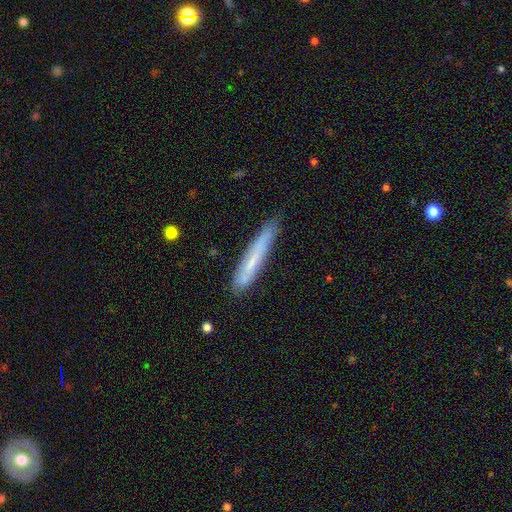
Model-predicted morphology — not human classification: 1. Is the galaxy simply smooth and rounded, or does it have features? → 57% smooth, 35% featured or disk, 8% star or artifact.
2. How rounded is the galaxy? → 95% cigar-shaped, 4% in between, 1% round.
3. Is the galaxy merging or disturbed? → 80% none, 16% minor disturbance, 3% major disturbance, 2% merger.